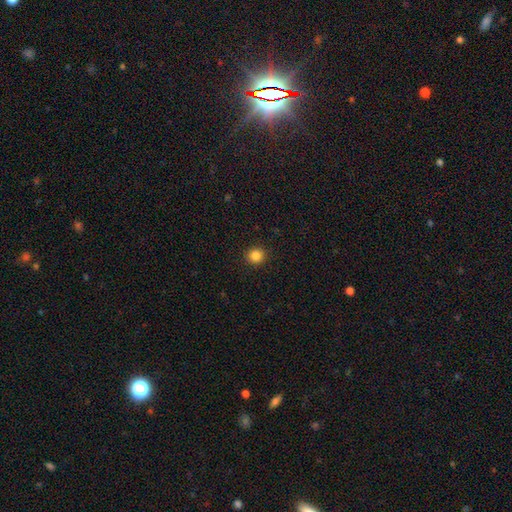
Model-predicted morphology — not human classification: Smooth or featured?
  - smooth: 85% *
  - star or artifact: 12%
  - featured or disk: 4%
How rounded?
  - round: 91% *
  - in between: 8%
  - cigar-shaped: 1%
Merging?
  - none: 92% *
  - minor disturbance: 5%
  - major disturbance: 2%
  - merger: 1%